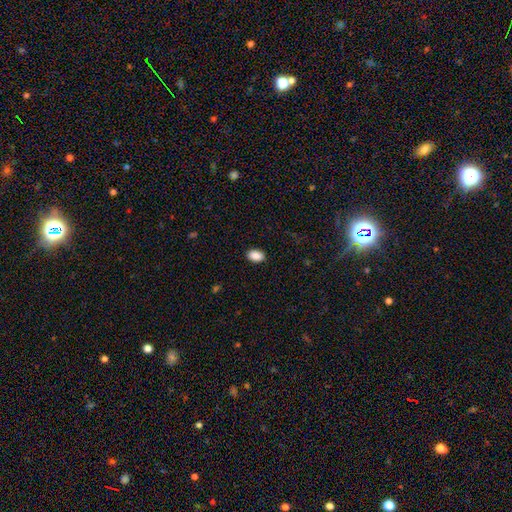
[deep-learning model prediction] Smooth or featured: smooth — 89% (star or artifact — 8%)
How rounded: in between — 89% (round — 10%)
Merging: none — 89% (minor disturbance — 8%)